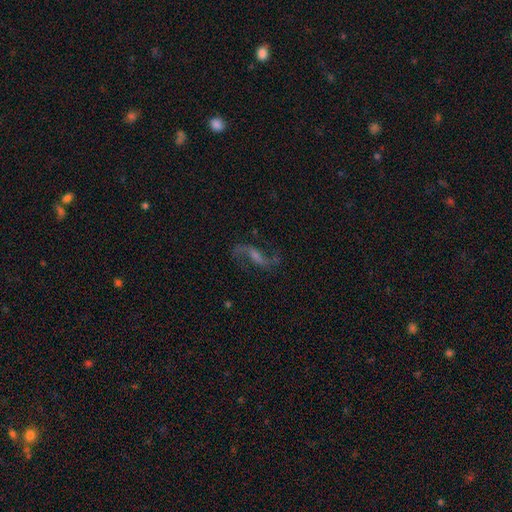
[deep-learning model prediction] Smooth or featured: featured or disk — 83% (star or artifact — 10%)
Edge-on disk: no — 95% (yes — 5%)
Bar: weak — 48% (no — 28%)
Spiral arms: yes — 97% (no — 3%)
Spiral winding: loose — 68% (medium — 27%)
Spiral arm count: 2 — 93% (can't tell — 2%)
Bulge size: small — 39% (moderate — 32%)
Merging: none — 79% (minor disturbance — 12%)